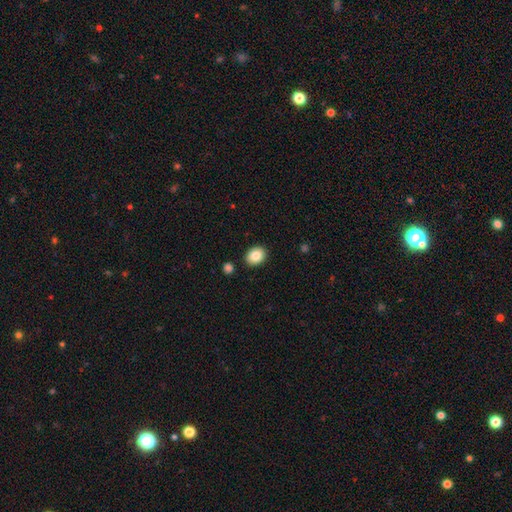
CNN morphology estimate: Q: Smooth or featured?
A: smooth (87%); runner-up: star or artifact (8%)
Q: How rounded?
A: in between (59%); runner-up: round (40%)
Q: Merging?
A: none (88%); runner-up: minor disturbance (8%)